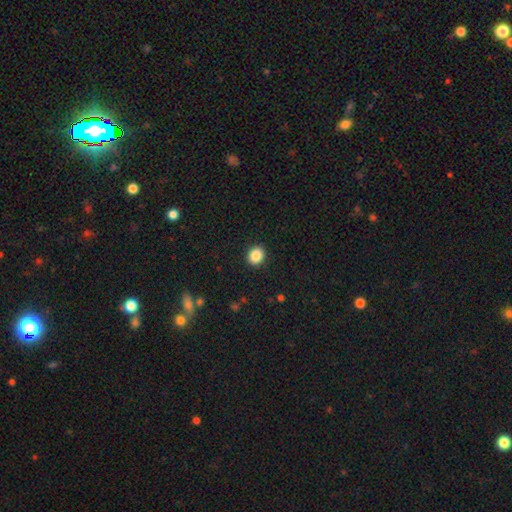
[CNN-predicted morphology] smooth_or_featured: smooth (p=0.86) [alt: star or artifact p=0.09]
how_rounded: round (p=0.71) [alt: in between p=0.28]
merging: none (p=0.92) [alt: minor disturbance p=0.06]